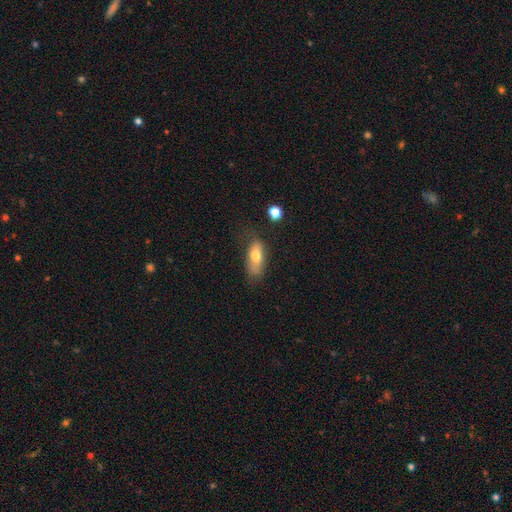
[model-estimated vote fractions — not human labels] smooth_or_featured: smooth (p=0.72) [alt: featured or disk p=0.21]
how_rounded: in between (p=0.81) [alt: cigar-shaped p=0.14]
merging: none (p=0.51) [alt: minor disturbance p=0.30]